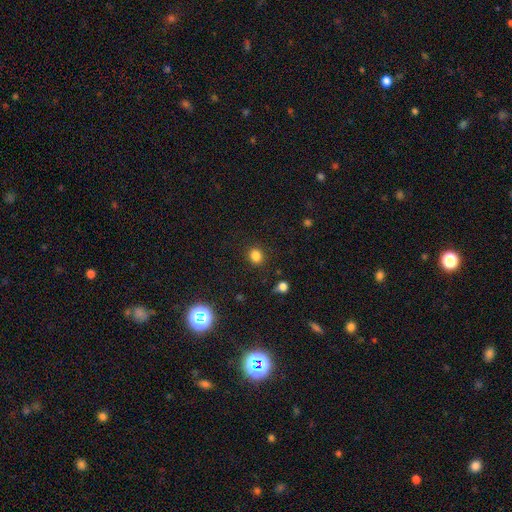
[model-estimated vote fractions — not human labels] Smooth or featured?
  - smooth: 82% *
  - star or artifact: 14%
  - featured or disk: 4%
How rounded?
  - round: 77% *
  - in between: 22%
  - cigar-shaped: 1%
Merging?
  - none: 87% *
  - minor disturbance: 8%
  - major disturbance: 3%
  - merger: 2%